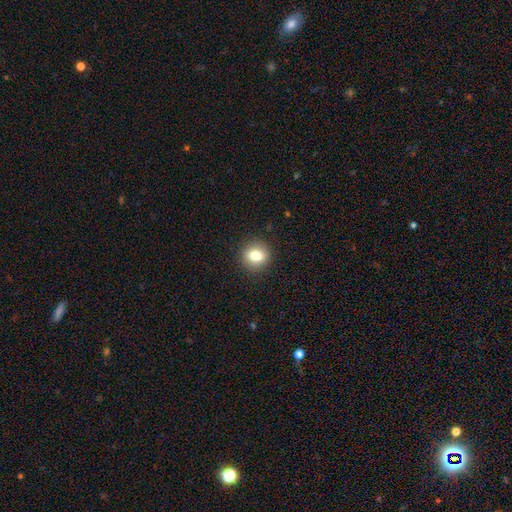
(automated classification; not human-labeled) Morphology: type=smooth (78%); roundness=round (77%); merging=none (90%).